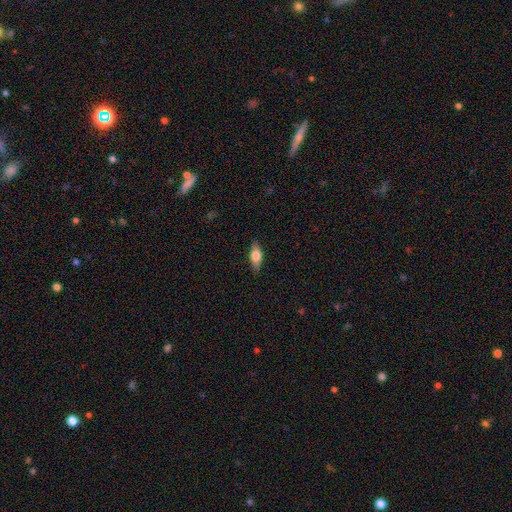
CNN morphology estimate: type=smooth (62%); roundness=in between (72%); merging=none (85%).